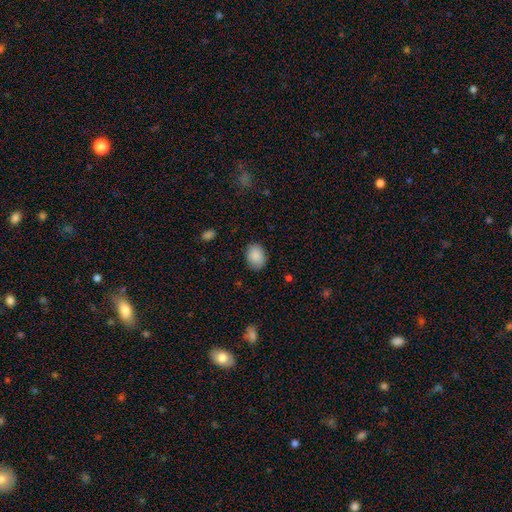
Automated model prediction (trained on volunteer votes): smooth_or_featured: smooth (p=0.89) [alt: star or artifact p=0.07]
how_rounded: in between (p=0.67) [alt: round p=0.32]
merging: none (p=0.83) [alt: minor disturbance p=0.13]